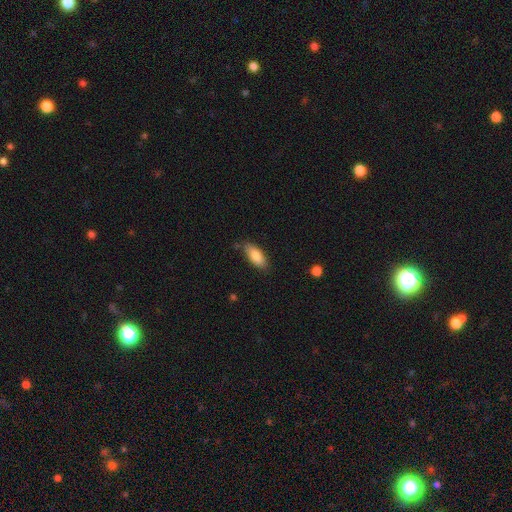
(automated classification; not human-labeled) smooth-or-featured: smooth: 85% | featured or disk: 9% | star or artifact: 6%
  how-rounded: in between: 82% | cigar-shaped: 16% | round: 2%
  merging: none: 76% | minor disturbance: 19% | major disturbance: 3% | merger: 2%